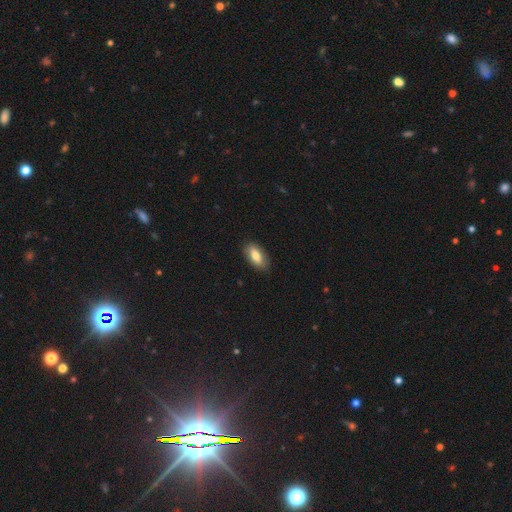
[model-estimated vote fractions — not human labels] Overall: smooth (77%). How rounded: in between (87%). Merging: none (85%).